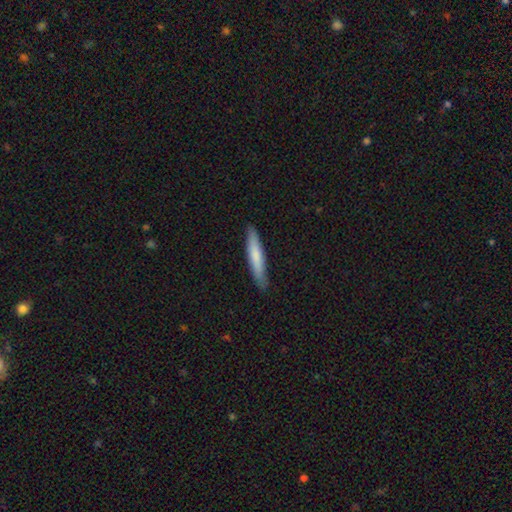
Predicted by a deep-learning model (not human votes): This appears to be a smooth galaxy with no disk features (72%) that is cigar-shaped (92%). Merging: none (88%).